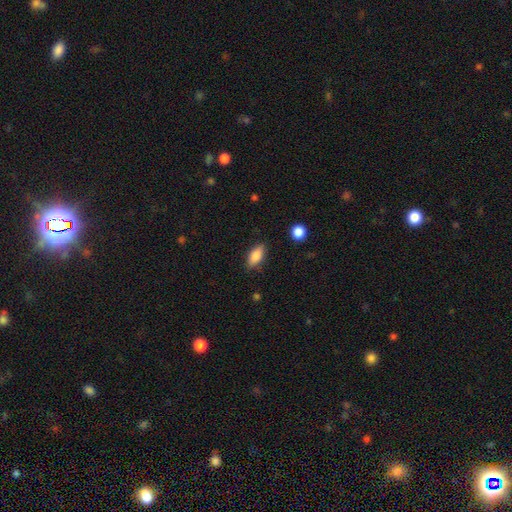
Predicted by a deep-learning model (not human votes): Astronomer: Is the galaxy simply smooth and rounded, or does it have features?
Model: smooth — 84%.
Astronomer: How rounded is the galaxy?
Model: in between — 86%.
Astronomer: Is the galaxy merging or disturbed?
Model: none — 82%.